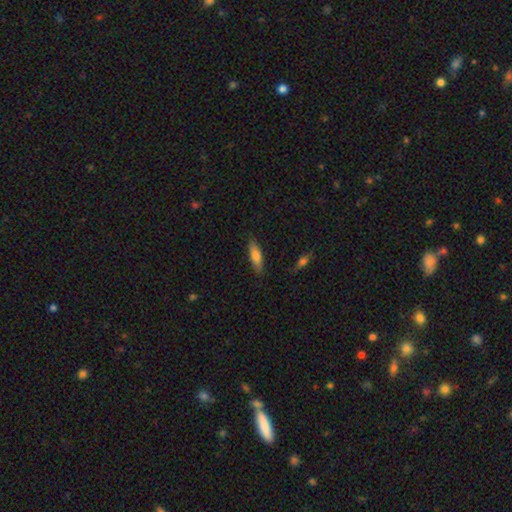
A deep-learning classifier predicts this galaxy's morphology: Q: Smooth or featured?
A: smooth (73%); runner-up: featured or disk (20%)
Q: How rounded?
A: cigar-shaped (51%); runner-up: in between (48%)
Q: Merging?
A: none (85%); runner-up: minor disturbance (12%)